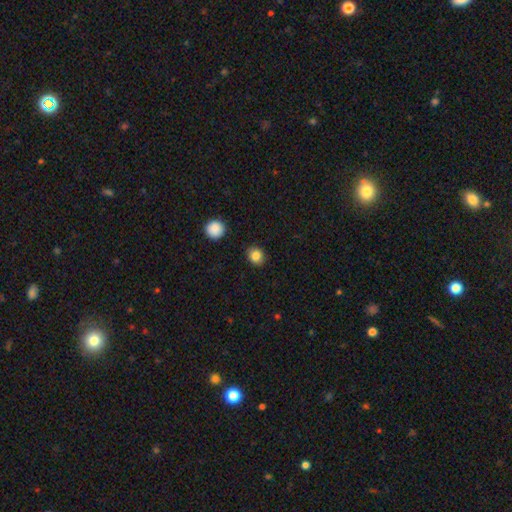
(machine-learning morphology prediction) smooth_or_featured: smooth (p=0.84) [alt: star or artifact p=0.11]
how_rounded: round (p=0.75) [alt: in between p=0.25]
merging: none (p=0.89) [alt: minor disturbance p=0.07]